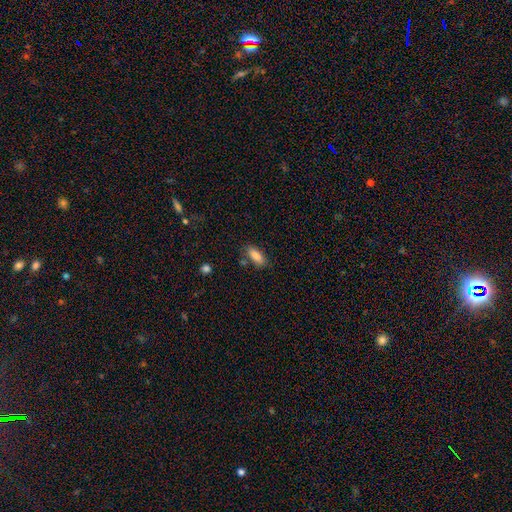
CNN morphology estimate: Smooth or featured? Predicted: smooth (p=0.85). How rounded? Predicted: in between (p=0.80). Merging? Predicted: none (p=0.75).